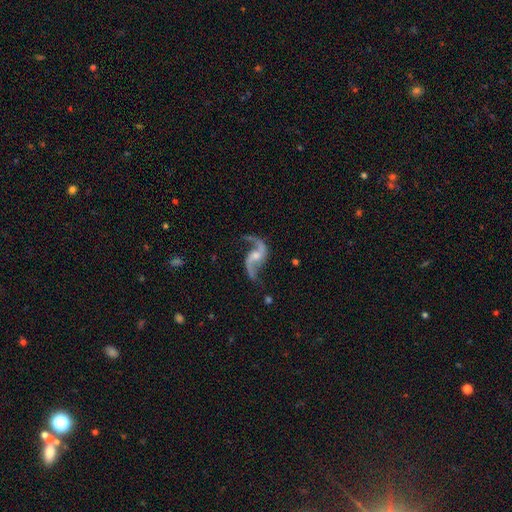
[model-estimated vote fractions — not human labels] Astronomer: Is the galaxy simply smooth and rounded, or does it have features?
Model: featured or disk — 92%.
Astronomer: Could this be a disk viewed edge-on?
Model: no — 97%.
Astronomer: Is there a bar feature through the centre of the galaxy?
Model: no — 52% (runner-up: weak, 35%).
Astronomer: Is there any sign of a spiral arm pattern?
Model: yes — 97%.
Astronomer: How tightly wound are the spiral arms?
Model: loose — 81%.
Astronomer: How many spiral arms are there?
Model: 2 — 94%.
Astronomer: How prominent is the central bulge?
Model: moderate — 46% (runner-up: small, 42%).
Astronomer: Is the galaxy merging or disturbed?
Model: none — 73%.